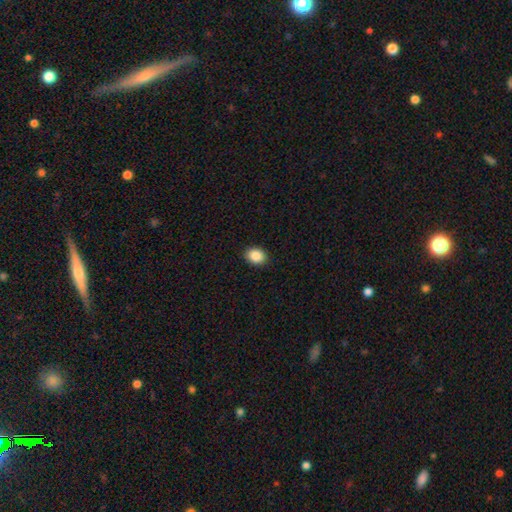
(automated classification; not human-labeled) smooth-or-featured: smooth: 87% | star or artifact: 8% | featured or disk: 4%
  how-rounded: in between: 59% | round: 40% | cigar-shaped: 1%
  merging: none: 91% | minor disturbance: 6% | major disturbance: 2% | merger: 1%